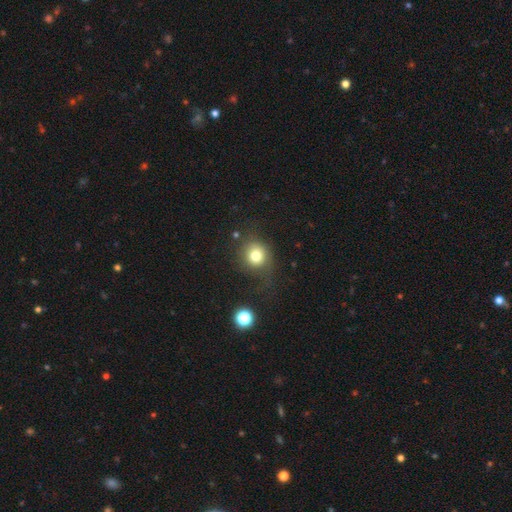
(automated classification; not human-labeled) smooth_or_featured: smooth (p=0.76) [alt: star or artifact p=0.13]
how_rounded: round (p=0.85) [alt: in between p=0.14]
merging: none (p=0.63) [alt: minor disturbance p=0.19]